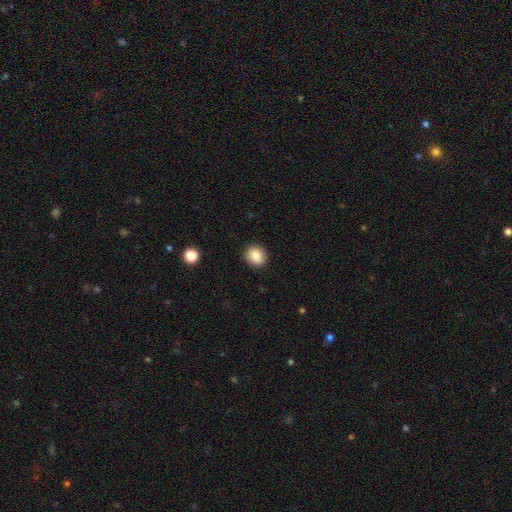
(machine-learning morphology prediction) smooth-or-featured: smooth: 86% | star or artifact: 9% | featured or disk: 6%
  how-rounded: round: 79% | in between: 20% | cigar-shaped: 1%
  merging: none: 87% | minor disturbance: 10% | major disturbance: 2% | merger: 1%